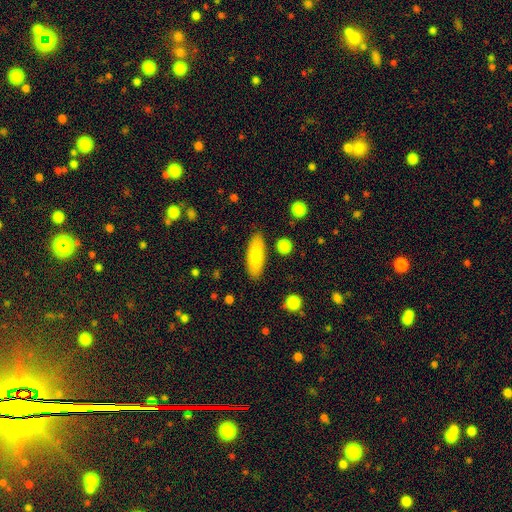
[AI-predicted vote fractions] Smooth or featured? Predicted: smooth (p=0.76). How rounded? Predicted: in between (p=0.65). Merging? Predicted: none (p=0.86).